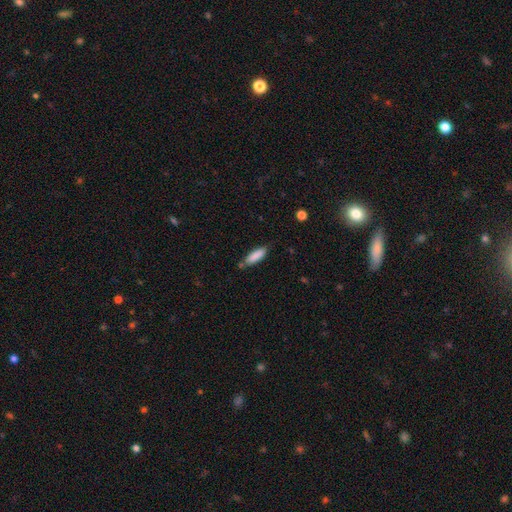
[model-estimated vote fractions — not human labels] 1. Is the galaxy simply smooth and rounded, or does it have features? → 86% smooth, 7% featured or disk, 6% star or artifact.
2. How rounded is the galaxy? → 52% cigar-shaped, 47% in between, 1% round.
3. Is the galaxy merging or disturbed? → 72% none, 19% minor disturbance, 5% merger, 3% major disturbance.